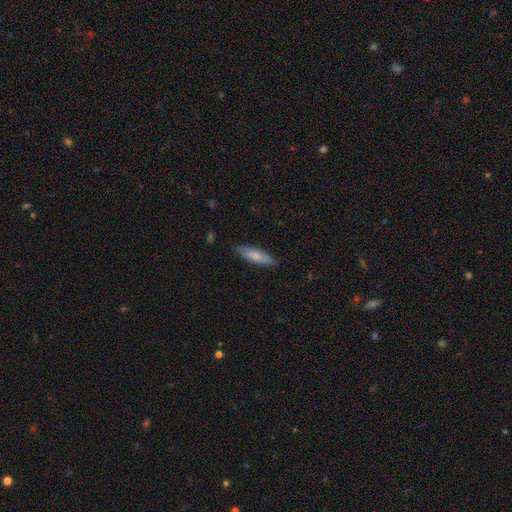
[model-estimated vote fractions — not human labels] smooth-or-featured: smooth: 75% | featured or disk: 19% | star or artifact: 6%
  how-rounded: cigar-shaped: 66% | in between: 33% | round: 2%
  merging: none: 84% | minor disturbance: 13% | major disturbance: 2% | merger: 1%